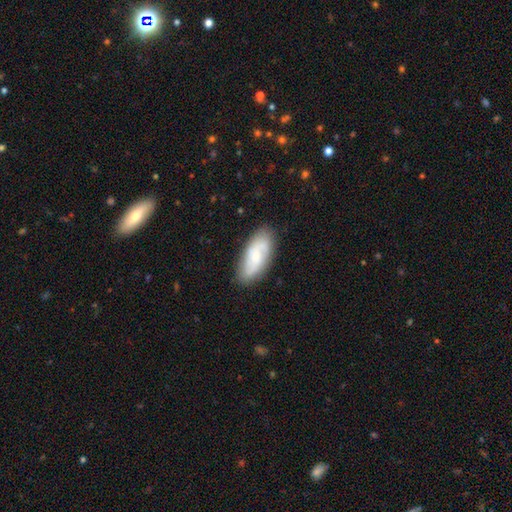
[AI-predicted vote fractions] smooth_or_featured: smooth (p=0.47) [alt: featured or disk p=0.46]
merging: none (p=0.80) [alt: minor disturbance p=0.15]